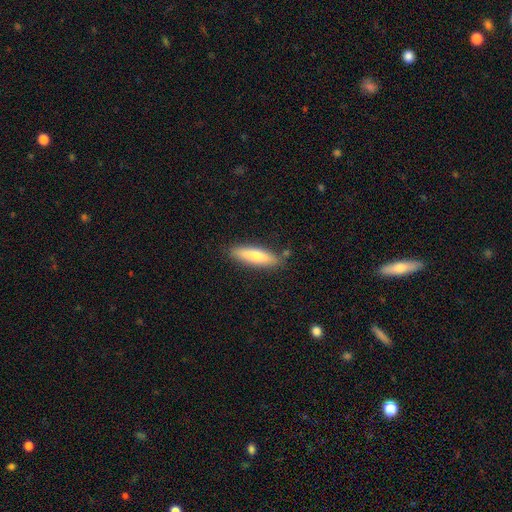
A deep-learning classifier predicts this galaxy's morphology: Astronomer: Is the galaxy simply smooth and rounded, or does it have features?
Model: smooth — 72%.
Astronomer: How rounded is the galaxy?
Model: cigar-shaped — 71%.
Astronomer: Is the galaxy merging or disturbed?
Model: none — 85%.